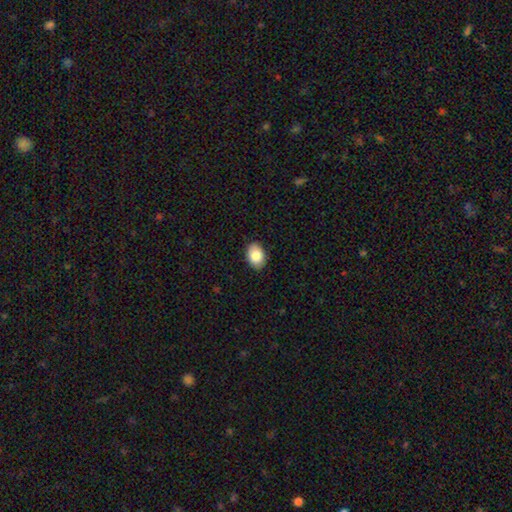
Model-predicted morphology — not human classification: Q: Smooth or featured?
A: smooth (85%); runner-up: featured or disk (8%)
Q: How rounded?
A: in between (80%); runner-up: round (19%)
Q: Merging?
A: none (87%); runner-up: minor disturbance (10%)